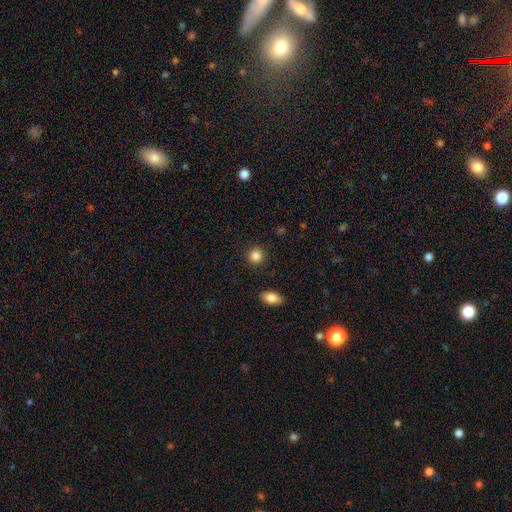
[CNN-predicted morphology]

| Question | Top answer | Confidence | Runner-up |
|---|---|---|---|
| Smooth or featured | smooth | 86% | star or artifact (10%) |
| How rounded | round | 91% | in between (8%) |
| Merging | none | 90% | minor disturbance (6%) |